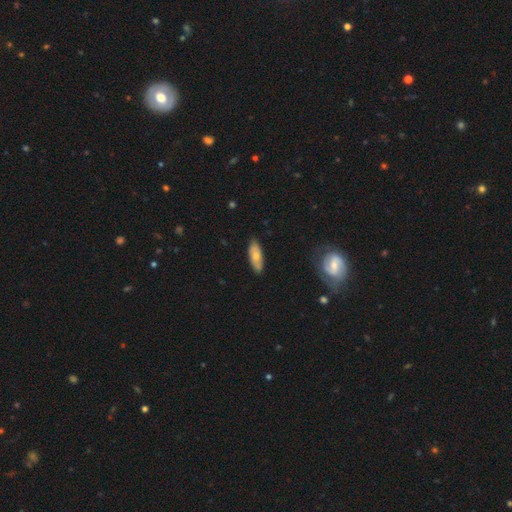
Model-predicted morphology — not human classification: smooth_or_featured: smooth (p=0.66) [alt: featured or disk p=0.28]
how_rounded: in between (p=0.68) [alt: cigar-shaped p=0.30]
merging: none (p=0.82) [alt: minor disturbance p=0.14]